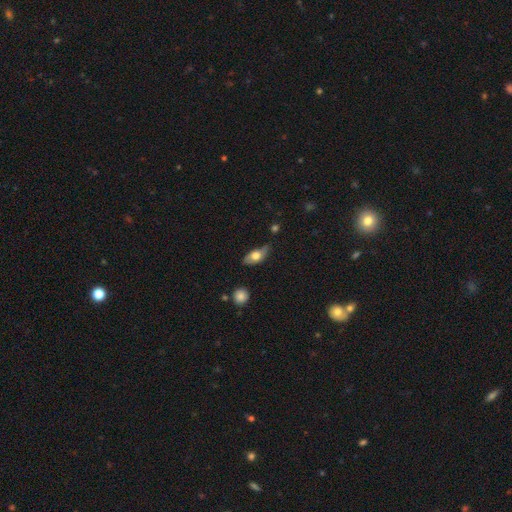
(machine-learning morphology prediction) Smooth or featured: smooth — 66% (featured or disk — 28%)
How rounded: in between — 83% (cigar-shaped — 11%)
Merging: none — 62% (minor disturbance — 30%)